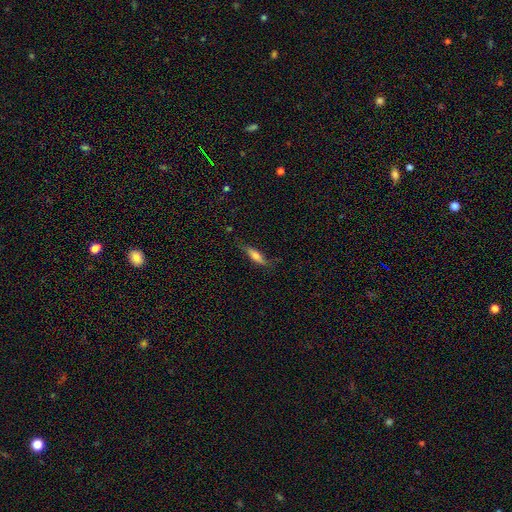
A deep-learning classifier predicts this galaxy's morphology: Smooth or featured? Predicted: smooth (p=0.65). How rounded? Predicted: cigar-shaped (p=0.60). Merging? Predicted: none (p=0.70).